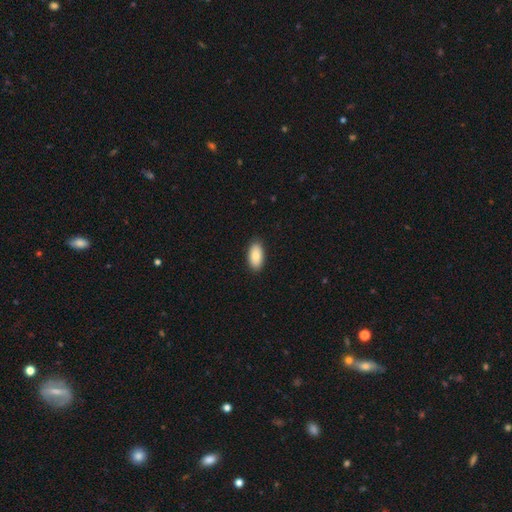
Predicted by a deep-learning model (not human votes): A smooth galaxy with no disk features (84%) that is in between round and cigar-shaped (94%).

Vote fractions:
- Smooth or featured? smooth: 84% / featured or disk: 9% / star or artifact: 6%
- How rounded? in between: 94% / cigar-shaped: 3% / round: 3%
- Merging? none: 88% / minor disturbance: 9% / major disturbance: 2% / merger: 1%